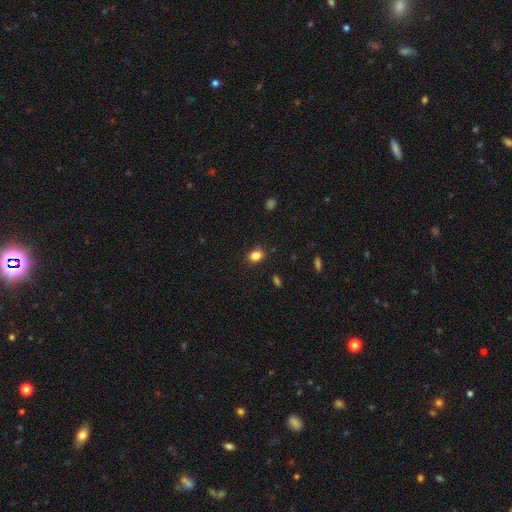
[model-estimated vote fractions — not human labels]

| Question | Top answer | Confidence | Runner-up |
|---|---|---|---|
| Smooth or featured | smooth | 84% | star or artifact (11%) |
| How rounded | in between | 67% | round (32%) |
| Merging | none | 85% | minor disturbance (11%) |